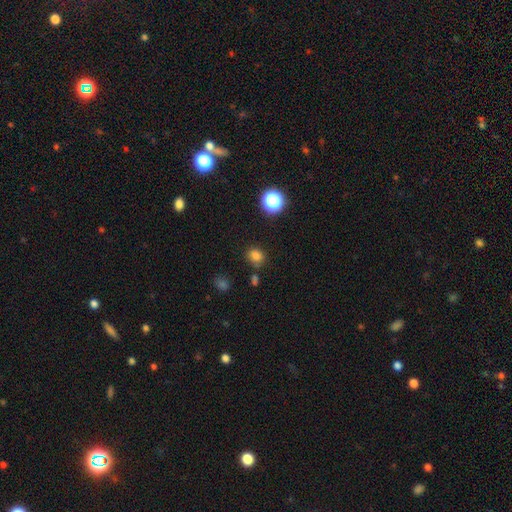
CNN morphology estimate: Smooth or featured?
  - smooth: 78% *
  - star or artifact: 17%
  - featured or disk: 5%
How rounded?
  - round: 72% *
  - in between: 27%
  - cigar-shaped: 1%
Merging?
  - none: 77% *
  - minor disturbance: 13%
  - merger: 6%
  - major disturbance: 4%